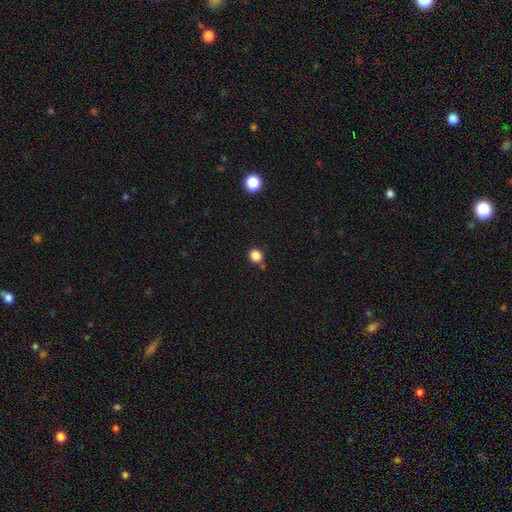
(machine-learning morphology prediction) Q: Smooth or featured?
A: smooth (85%); runner-up: star or artifact (12%)
Q: How rounded?
A: round (82%); runner-up: in between (17%)
Q: Merging?
A: none (80%); runner-up: minor disturbance (11%)